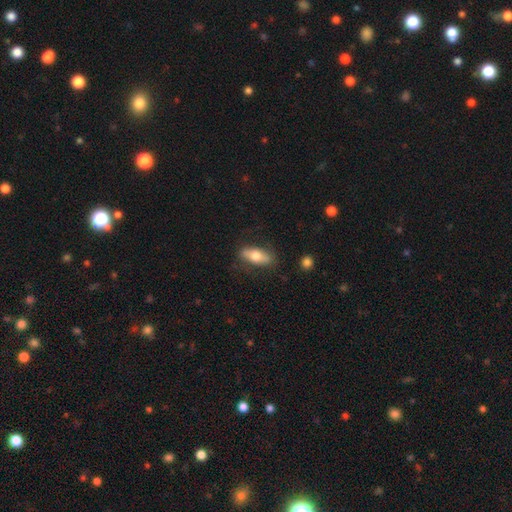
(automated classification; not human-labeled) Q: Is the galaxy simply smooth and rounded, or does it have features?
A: smooth — 66%.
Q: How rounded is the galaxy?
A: in between — 74%.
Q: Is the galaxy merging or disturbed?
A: none — 80%.